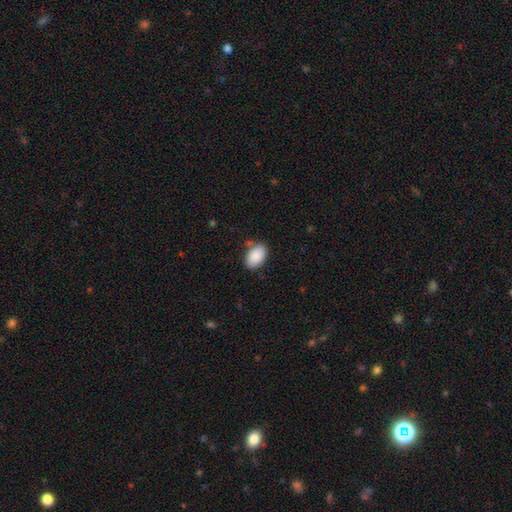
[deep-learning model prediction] smooth-or-featured: smooth: 90% | star or artifact: 6% | featured or disk: 4%
  how-rounded: in between: 92% | round: 7% | cigar-shaped: 1%
  merging: none: 77% | minor disturbance: 16% | merger: 4% | major disturbance: 4%